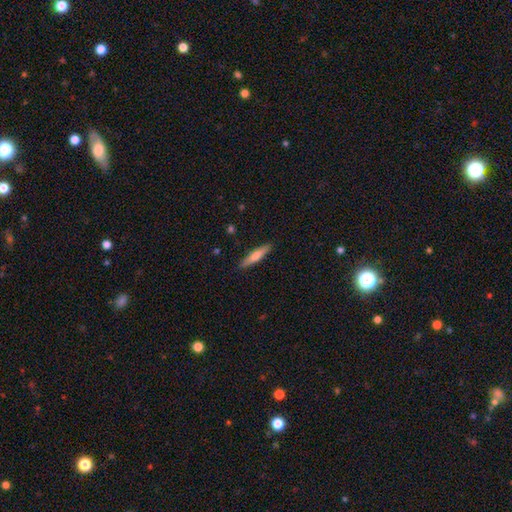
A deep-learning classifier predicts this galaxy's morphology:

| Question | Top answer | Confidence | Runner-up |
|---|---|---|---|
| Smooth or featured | smooth | 63% | featured or disk (32%) |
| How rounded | cigar-shaped | 87% | in between (11%) |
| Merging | none | 90% | minor disturbance (8%) |